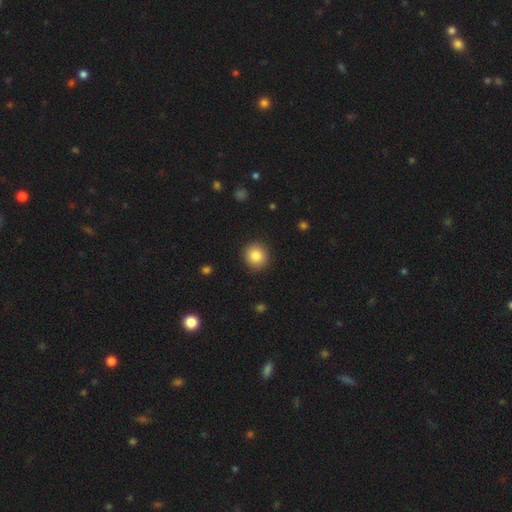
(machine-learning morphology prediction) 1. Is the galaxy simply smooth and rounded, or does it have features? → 85% smooth, 9% star or artifact, 6% featured or disk.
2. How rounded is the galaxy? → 91% round, 8% in between, 1% cigar-shaped.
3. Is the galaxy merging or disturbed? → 90% none, 7% minor disturbance, 2% major disturbance, 1% merger.